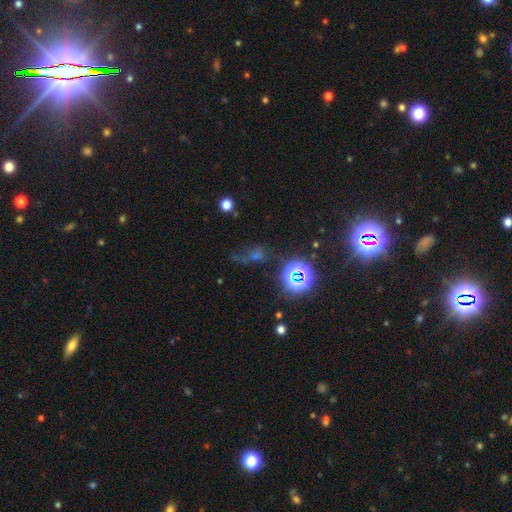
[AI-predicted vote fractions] star or artifact 55%, smooth 26%, featured or disk 19%.